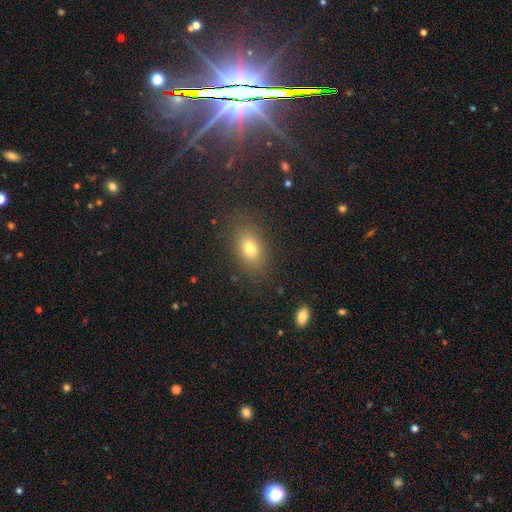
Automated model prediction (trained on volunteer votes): Smooth or featured: smooth — 65% (star or artifact — 23%)
How rounded: in between — 81% (round — 17%)
Merging: none — 87% (minor disturbance — 8%)